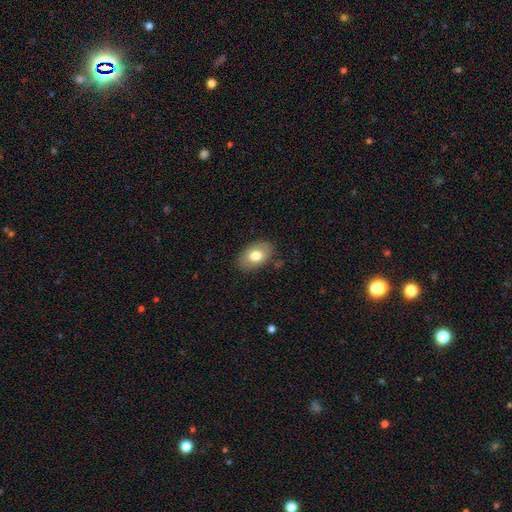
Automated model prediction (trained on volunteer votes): The model was most divided on "smooth or featured": smooth: 75%, featured or disk: 18%, star or artifact: 7%. More confident: how rounded — in between (89%); merging — none (83%).